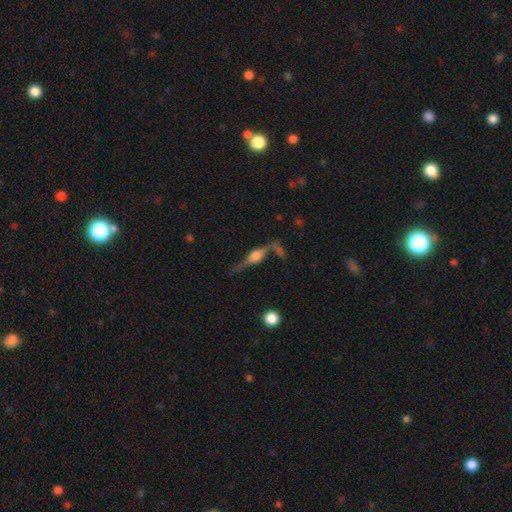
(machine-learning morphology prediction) This appears to be a featured or disk galaxy (80%) viewed edge-on (94%) with a rounded central bulge (84%). Merging: none (67%).